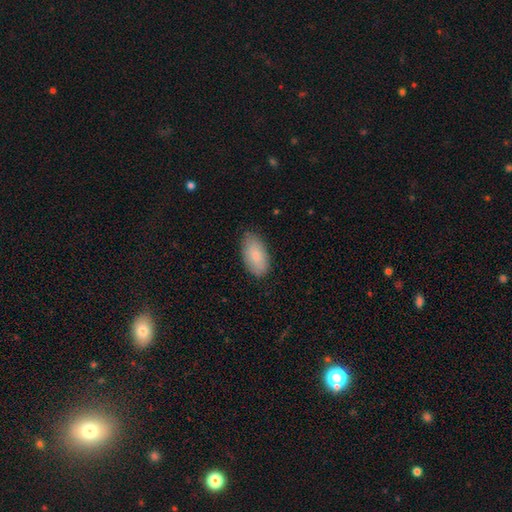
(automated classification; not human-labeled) Smooth or featured? smooth (84%)
How rounded? in between (94%)
Merging? none (80%)